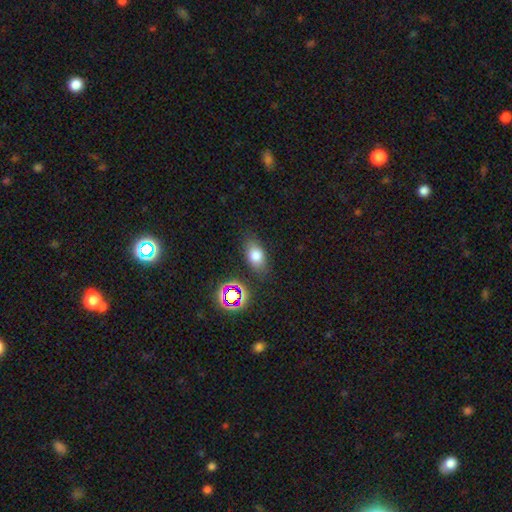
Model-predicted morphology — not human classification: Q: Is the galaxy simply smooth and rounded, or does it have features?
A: smooth — 72%.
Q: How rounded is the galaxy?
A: in between — 82%.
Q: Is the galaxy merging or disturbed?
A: none — 81%.